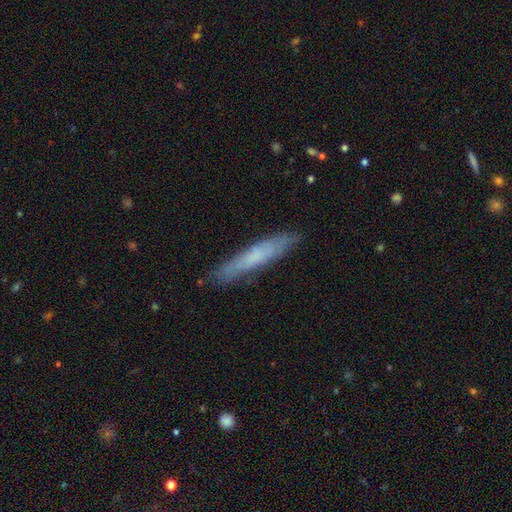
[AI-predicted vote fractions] A smooth galaxy with no disk features (57%) that is cigar-shaped (91%).

Vote fractions:
- Smooth or featured? smooth: 57% / featured or disk: 36% / star or artifact: 7%
- How rounded? cigar-shaped: 91% / in between: 8% / round: 1%
- Merging? none: 83% / minor disturbance: 13% / major disturbance: 2% / merger: 1%